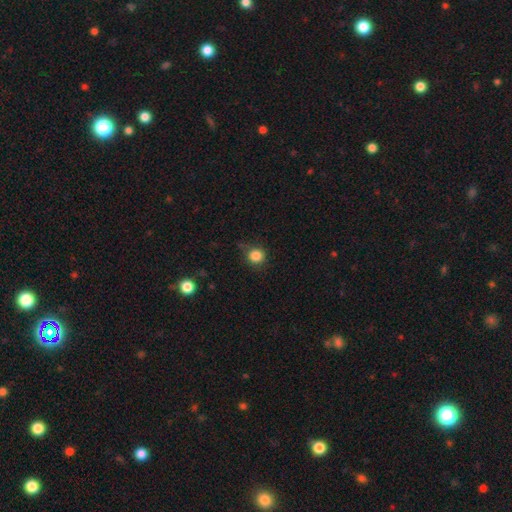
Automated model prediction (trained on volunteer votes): Q: Smooth or featured?
A: smooth (85%); runner-up: star or artifact (11%)
Q: How rounded?
A: round (90%); runner-up: in between (9%)
Q: Merging?
A: none (77%); runner-up: minor disturbance (17%)